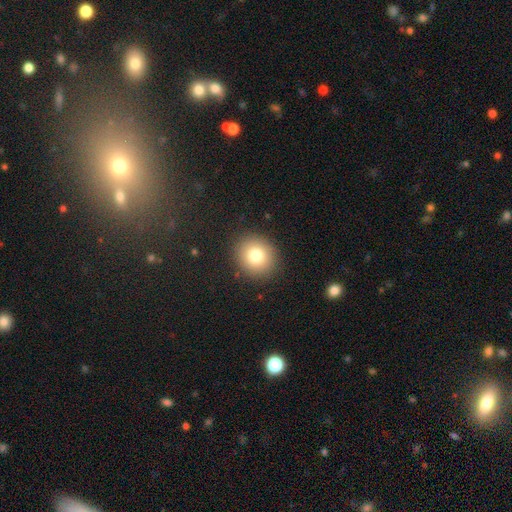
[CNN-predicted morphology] Smooth or featured: smooth — 80% (star or artifact — 11%)
How rounded: round — 84% (in between — 15%)
Merging: none — 90% (minor disturbance — 7%)